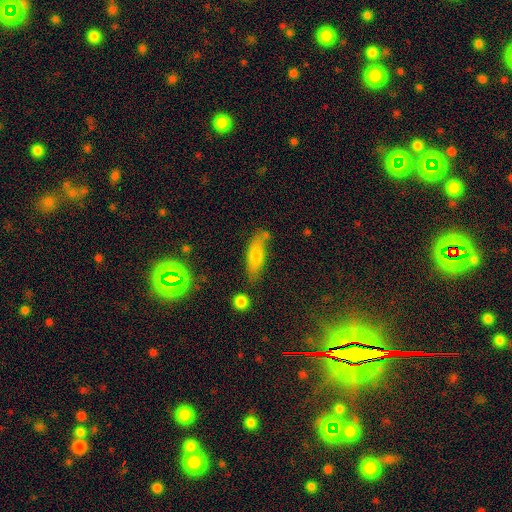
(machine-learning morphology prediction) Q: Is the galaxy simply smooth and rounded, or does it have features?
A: smooth — 70%.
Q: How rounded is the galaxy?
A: in between — 57%.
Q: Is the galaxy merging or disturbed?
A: none — 67%.